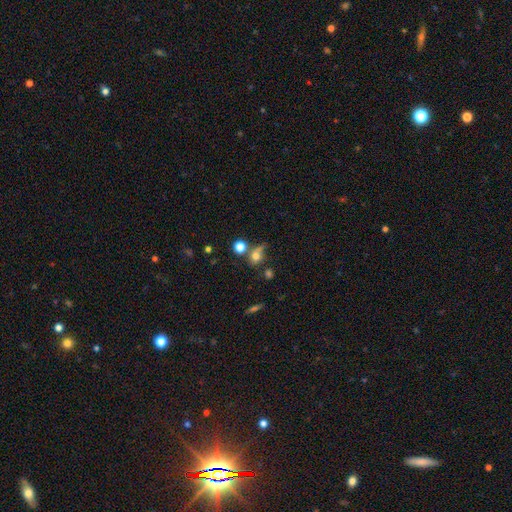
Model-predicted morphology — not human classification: Smooth or featured: smooth — 69% (star or artifact — 16%)
How rounded: round — 74% (in between — 23%)
Merging: none — 45% (merger — 22%)